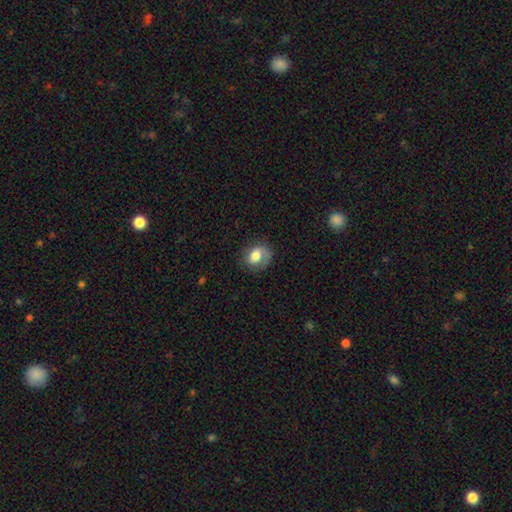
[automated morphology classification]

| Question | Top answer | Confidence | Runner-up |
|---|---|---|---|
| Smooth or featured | smooth | 61% | featured or disk (31%) |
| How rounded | round | 50% | in between (48%) |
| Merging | none | 63% | minor disturbance (22%) |